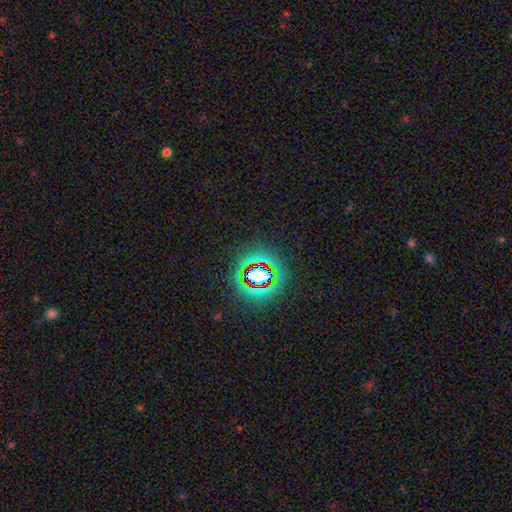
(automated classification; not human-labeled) This is likely a star or artifact rather than a galaxy (70%).